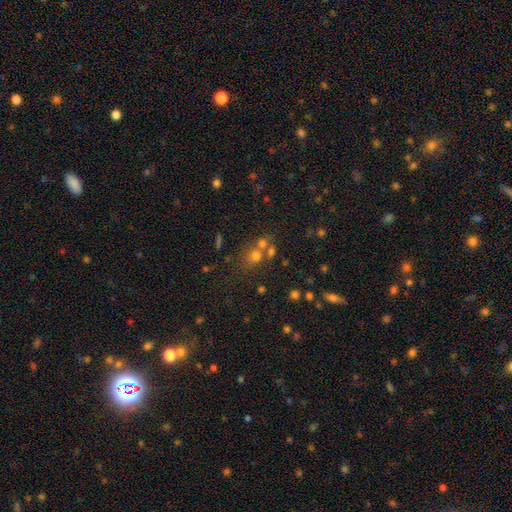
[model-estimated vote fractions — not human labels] Smooth or featured? Predicted: smooth (p=0.61). How rounded? Predicted: round (p=0.75). Merging? Predicted: none (p=0.46).